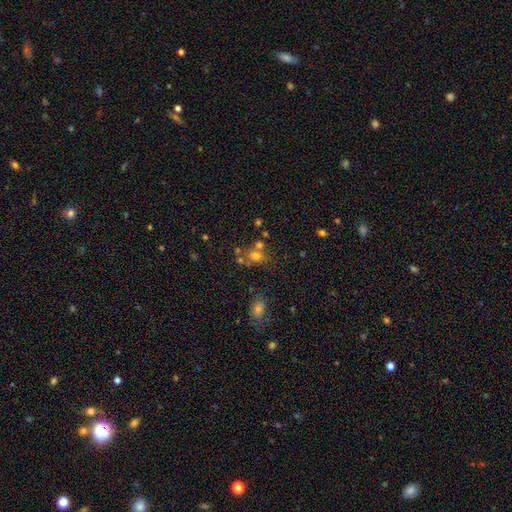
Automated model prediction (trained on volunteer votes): A smooth galaxy with no disk features (68%) that is round (66%). Merging: none (52%).